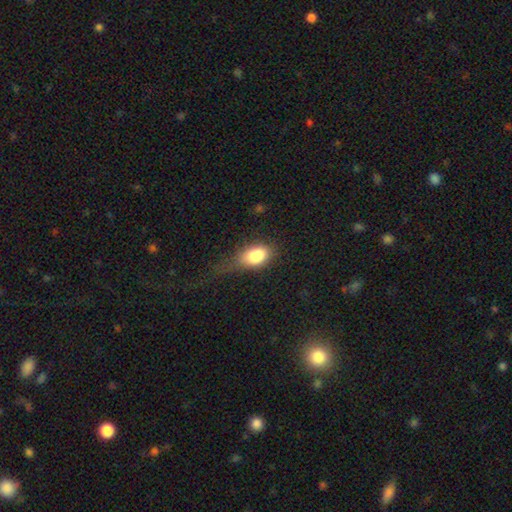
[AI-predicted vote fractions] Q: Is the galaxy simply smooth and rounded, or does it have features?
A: smooth — 82%.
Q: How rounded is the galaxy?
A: in between — 85%.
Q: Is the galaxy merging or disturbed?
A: minor disturbance — 35%.